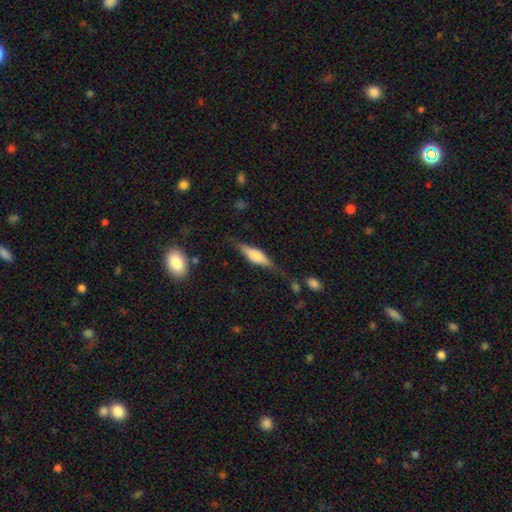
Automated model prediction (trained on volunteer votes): Q: Smooth or featured?
A: featured or disk (48%); runner-up: smooth (45%)
Q: Merging?
A: none (68%); runner-up: minor disturbance (20%)